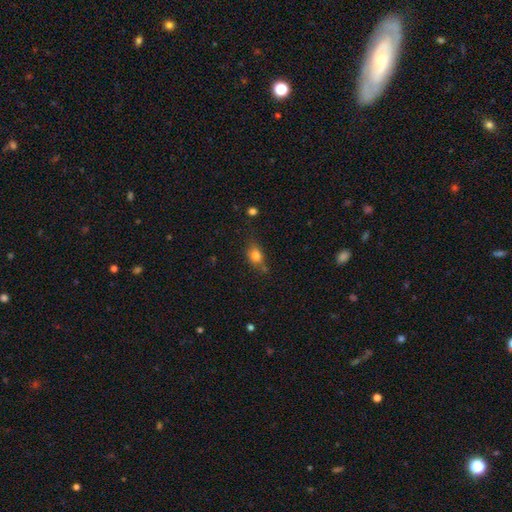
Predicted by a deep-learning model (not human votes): smooth_or_featured: smooth (p=0.79) [alt: star or artifact p=0.11]
how_rounded: in between (p=0.53) [alt: round p=0.45]
merging: none (p=0.62) [alt: minor disturbance p=0.24]